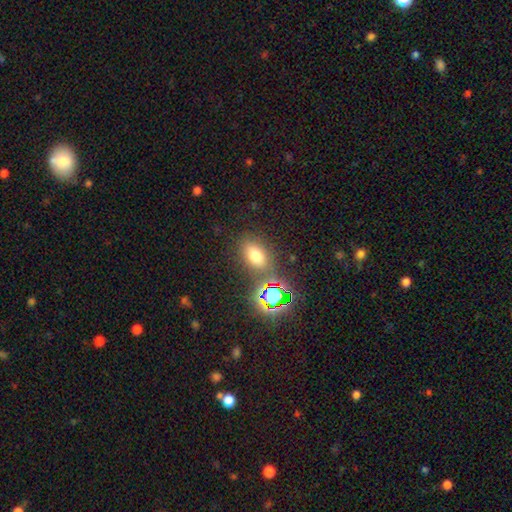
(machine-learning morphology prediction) Q: Smooth or featured?
A: smooth (65%); runner-up: star or artifact (25%)
Q: How rounded?
A: in between (78%); runner-up: round (18%)
Q: Merging?
A: none (77%); runner-up: minor disturbance (12%)